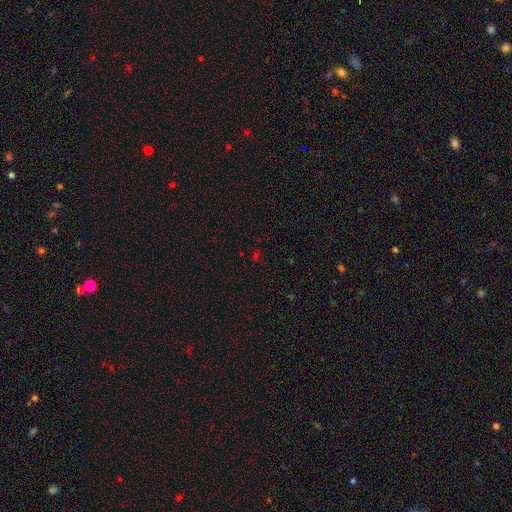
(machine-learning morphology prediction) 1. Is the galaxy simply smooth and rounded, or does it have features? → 60% star or artifact, 32% smooth, 8% featured or disk.